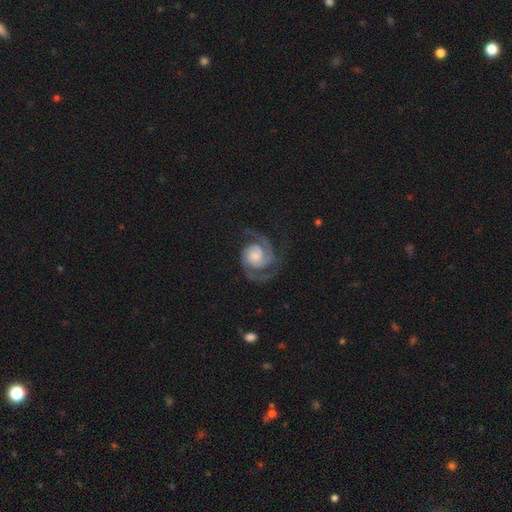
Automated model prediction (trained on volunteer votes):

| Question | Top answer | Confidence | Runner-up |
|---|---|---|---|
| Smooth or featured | featured or disk | 91% | smooth (5%) |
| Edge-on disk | no | 98% | yes (2%) |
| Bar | no | 68% | weak (25%) |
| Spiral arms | yes | 98% | no (2%) |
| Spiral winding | tight | 47% | medium (44%) |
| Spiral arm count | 2 | 84% | 3 (7%) |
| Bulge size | moderate | 28% | small (27%) |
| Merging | none | 73% | minor disturbance (15%) |